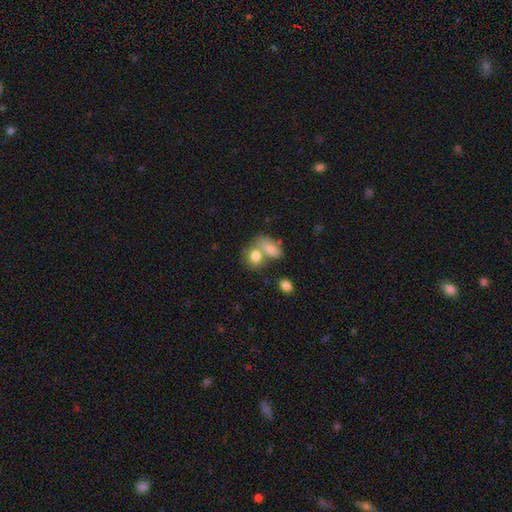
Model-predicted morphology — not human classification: A smooth galaxy with no disk features (79%) that is in between round and cigar-shaped (61%).

Vote fractions:
- Smooth or featured? smooth: 79% / featured or disk: 13% / star or artifact: 9%
- How rounded? in between: 61% / round: 37% / cigar-shaped: 2%
- Merging? merger: 50% / none: 33% / minor disturbance: 11% / major disturbance: 6%